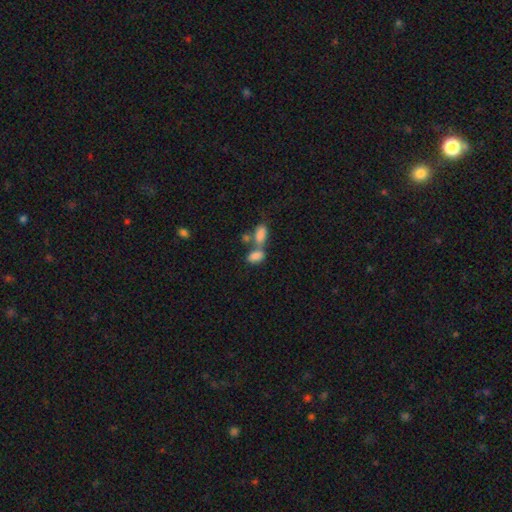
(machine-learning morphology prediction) This is clearly a smooth galaxy (82%). How rounded: clearly in between (91%). Merging: possibly merger (58%).